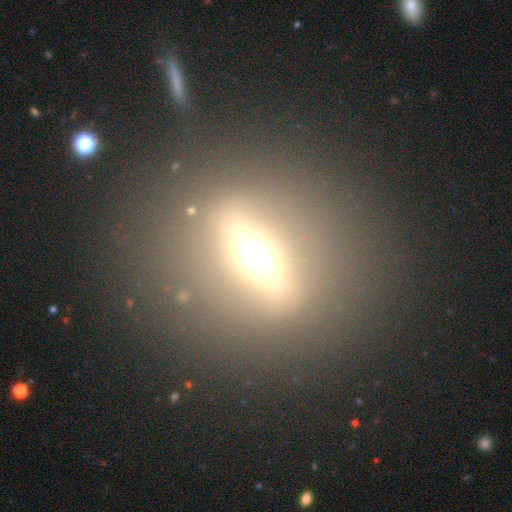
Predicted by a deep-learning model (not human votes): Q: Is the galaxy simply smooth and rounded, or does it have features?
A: featured or disk — 61%.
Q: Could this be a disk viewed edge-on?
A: yes — 73%.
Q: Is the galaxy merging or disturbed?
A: none — 83%.